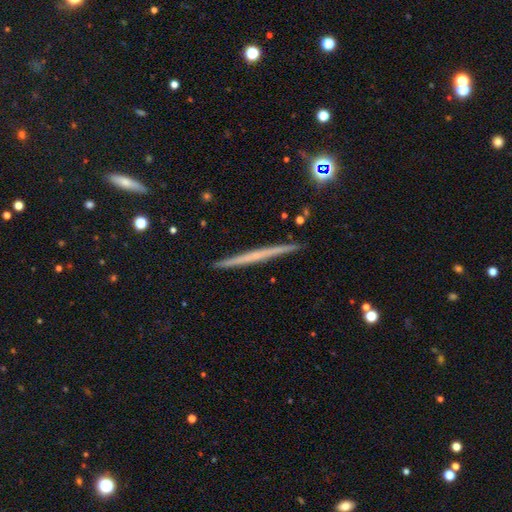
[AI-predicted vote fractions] This appears to be a featured or disk galaxy (60%) viewed edge-on (98%) with no central bulge (83%). Merging: none (91%).